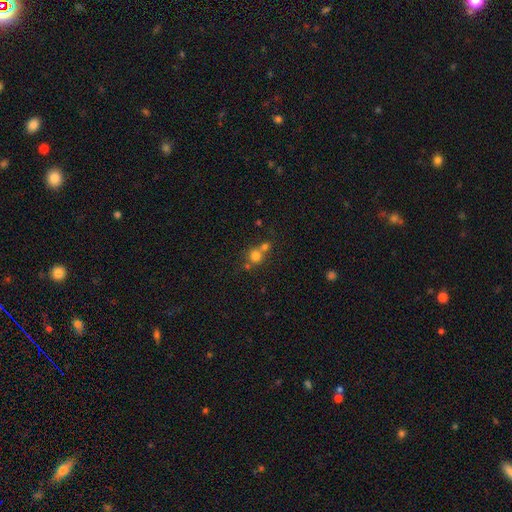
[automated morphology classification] This appears to be a smooth galaxy with no disk features (74%) that is round (88%). Merging: none (45%, tied with merger).